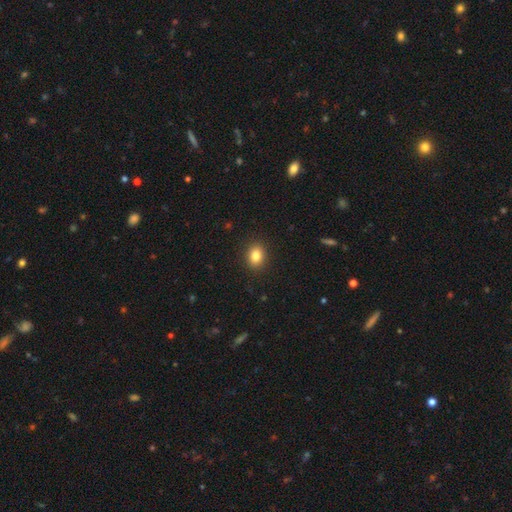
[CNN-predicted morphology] This appears to be a smooth galaxy with no disk features (84%) that is in between round and cigar-shaped (57%). Merging: none (90%).